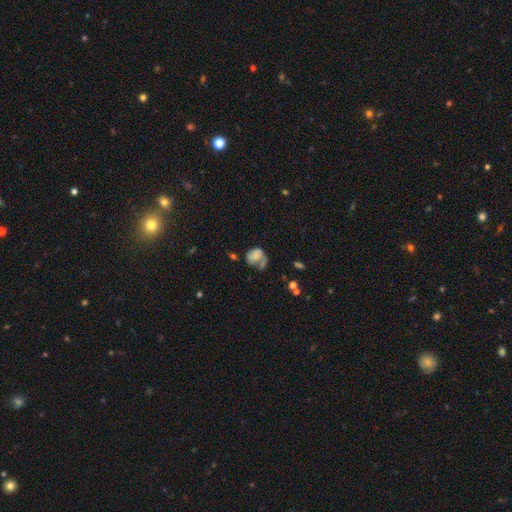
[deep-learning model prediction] A smooth galaxy with no disk features (52%) that is in between round and cigar-shaped (54%). Merging: major disturbance (34%).